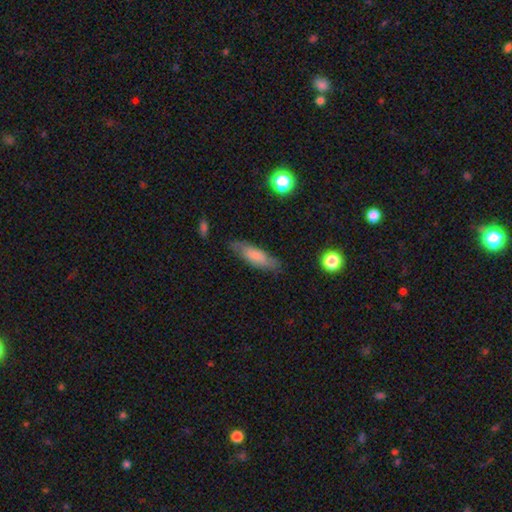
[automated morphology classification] This appears to be a smooth galaxy with no disk features (73%) that is cigar-shaped (52%). Merging: none (78%).